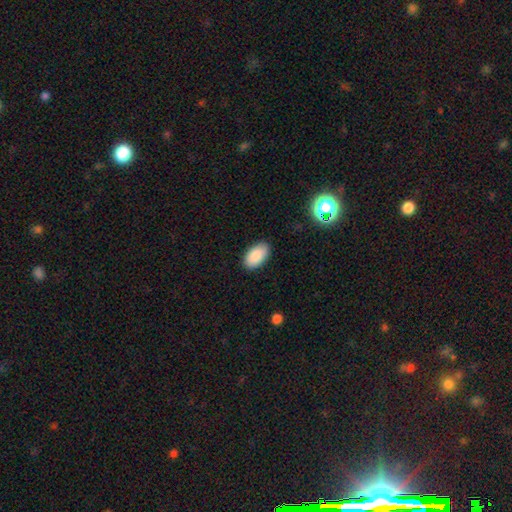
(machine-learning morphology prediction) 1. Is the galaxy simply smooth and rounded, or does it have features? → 89% smooth, 7% star or artifact, 4% featured or disk.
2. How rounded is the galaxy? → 95% in between, 3% round, 1% cigar-shaped.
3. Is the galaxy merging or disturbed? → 88% none, 9% minor disturbance, 2% major disturbance, 1% merger.